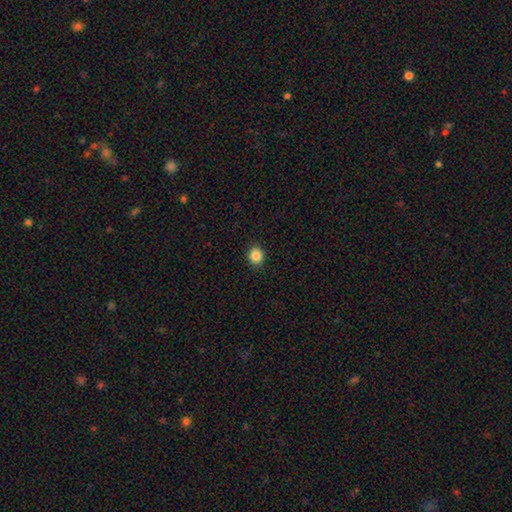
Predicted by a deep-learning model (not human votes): Smooth or featured? smooth (86%)
How rounded? round (82%)
Merging? none (92%)